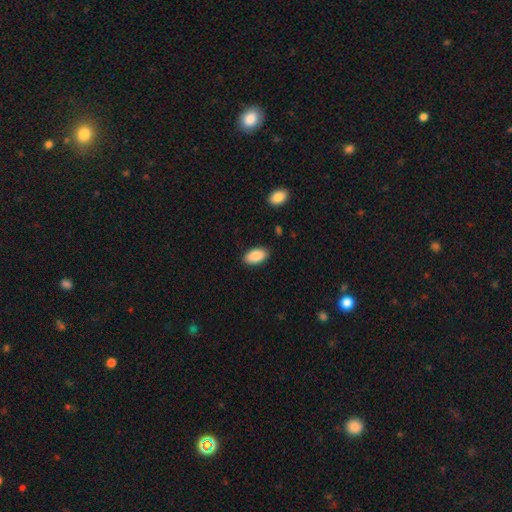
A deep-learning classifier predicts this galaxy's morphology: Smooth or featured? Predicted: smooth (p=0.88). How rounded? Predicted: in between (p=0.95). Merging? Predicted: none (p=0.88).